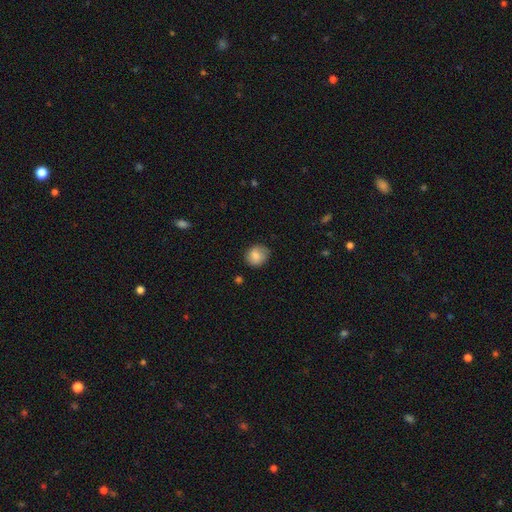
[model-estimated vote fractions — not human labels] Overall: smooth (80%). How rounded: round (70%). Merging: none (76%).